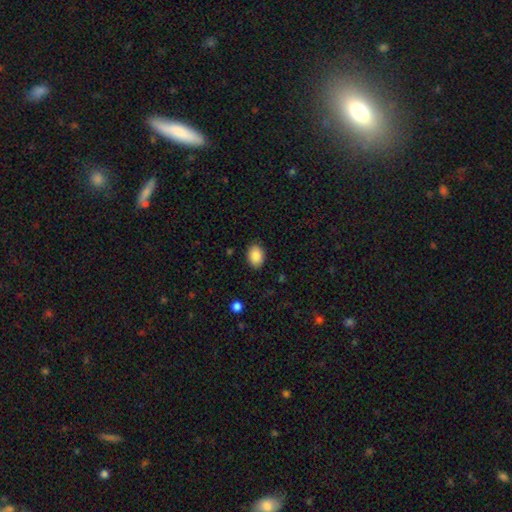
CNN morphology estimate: A smooth galaxy with no disk features (89%) that is in between round and cigar-shaped (79%). Merging: none (88%).